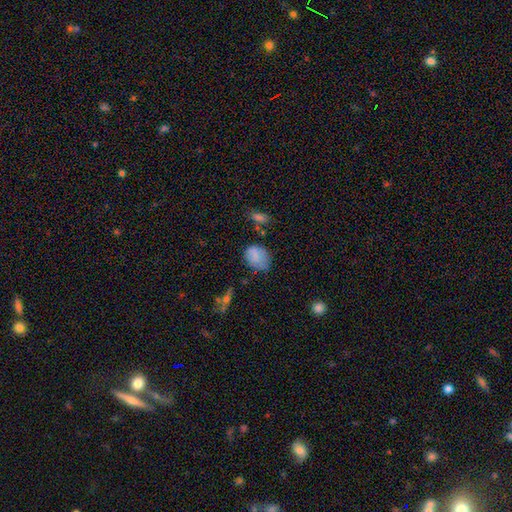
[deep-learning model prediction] A smooth galaxy with no disk features (80%) that is in between round and cigar-shaped (70%). Merging: none (59%).